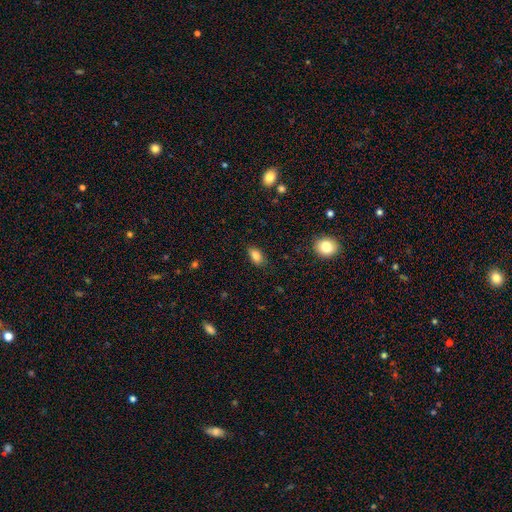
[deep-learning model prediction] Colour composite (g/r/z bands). It shows a smooth galaxy with no disk features (84%) that is in between round and cigar-shaped (88%). Merging: none (82%).